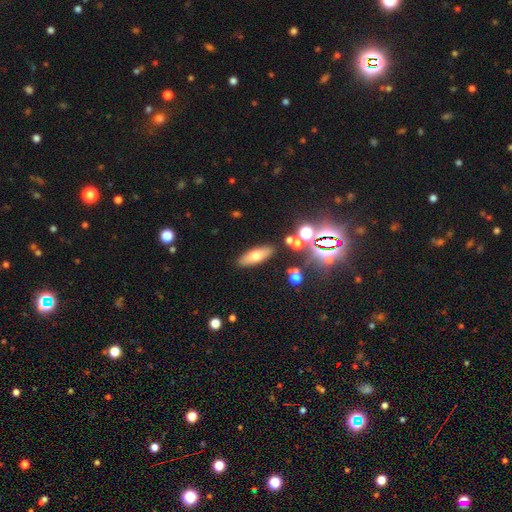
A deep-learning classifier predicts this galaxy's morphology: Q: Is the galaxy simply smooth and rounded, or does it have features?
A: smooth — 61%.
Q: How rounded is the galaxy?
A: in between — 58%.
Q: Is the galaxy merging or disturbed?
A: none — 85%.